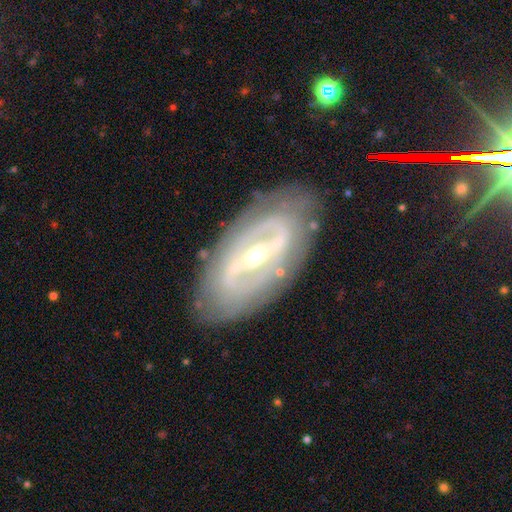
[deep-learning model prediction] This is clearly a featured or disk galaxy (84%). It is clearly not viewed edge-on (91%). Bar: likely strong (63%). Spiral arm pattern: likely yes (69%). Spiral arm count: likely 2 (64%). Spiral winding: possibly tight (52%). Central bulge: possibly small (51%). Merging: clearly none (82%).